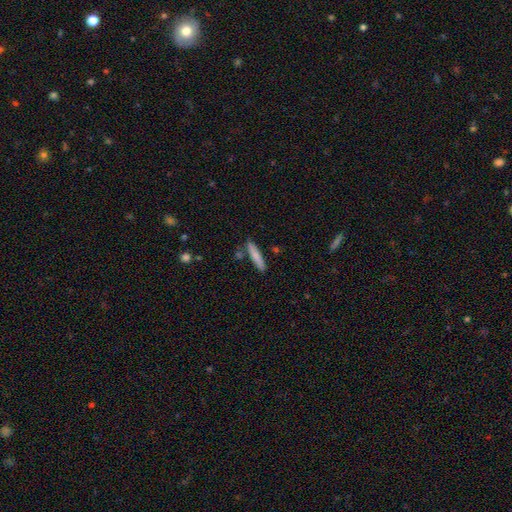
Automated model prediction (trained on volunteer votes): Morphology: type=smooth (77%); roundness=cigar-shaped (90%); merging=none (83%).